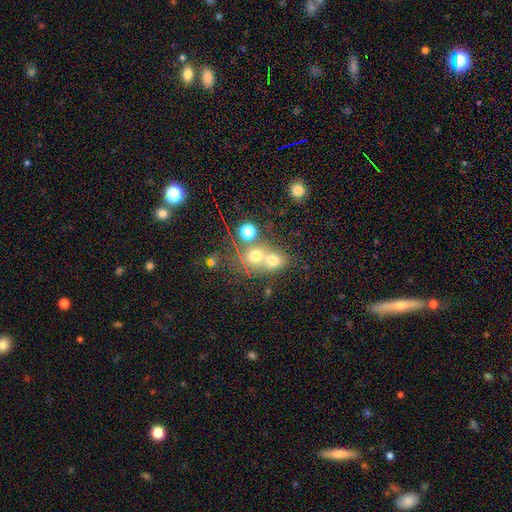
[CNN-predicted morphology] smooth 66%, star or artifact 18%, featured or disk 16%. Down the decision tree: how rounded — round (71%); merging — merger (56%).